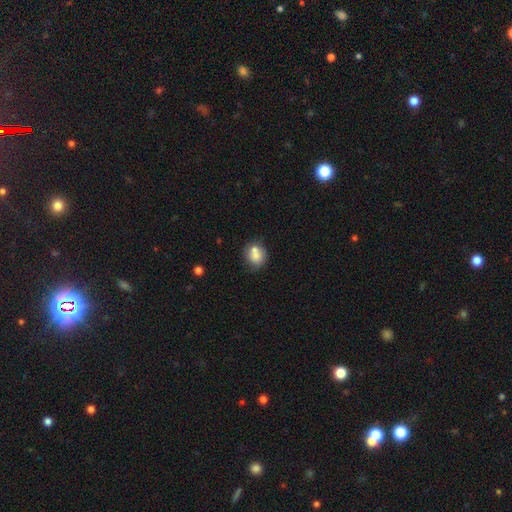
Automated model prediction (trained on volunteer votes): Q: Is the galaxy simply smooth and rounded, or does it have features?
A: smooth — 75%.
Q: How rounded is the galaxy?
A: round — 68%.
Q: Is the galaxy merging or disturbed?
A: none — 50%.